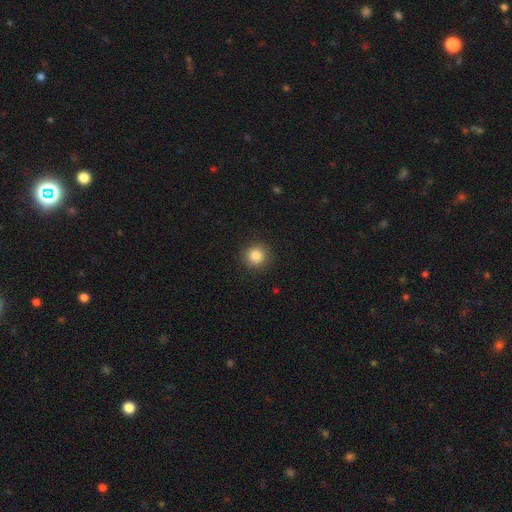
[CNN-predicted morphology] Smooth or featured?
  - smooth: 85% *
  - star or artifact: 11%
  - featured or disk: 4%
How rounded?
  - round: 93% *
  - in between: 6%
  - cigar-shaped: 1%
Merging?
  - none: 91% *
  - minor disturbance: 6%
  - major disturbance: 2%
  - merger: 1%